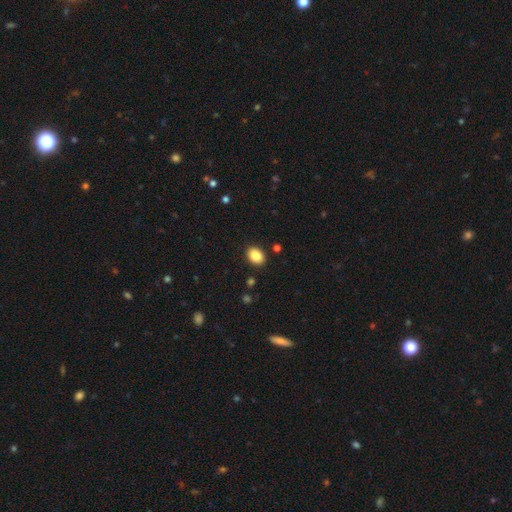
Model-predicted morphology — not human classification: Overall: smooth (87%). How rounded: in between (71%). Merging: none (89%).